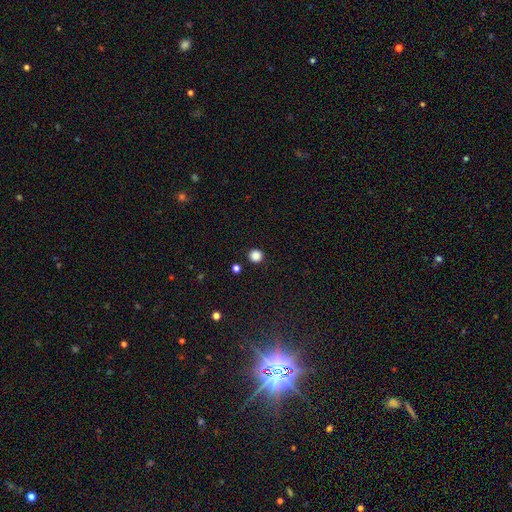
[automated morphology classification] Smooth or featured? Predicted: smooth (p=0.85). How rounded? Predicted: round (p=0.94). Merging? Predicted: none (p=0.92).